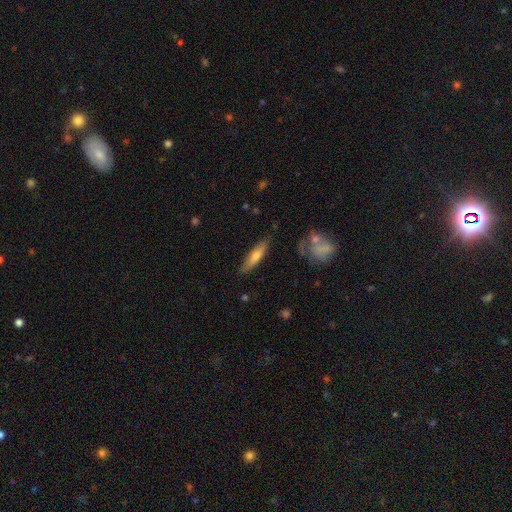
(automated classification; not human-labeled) smooth-or-featured: smooth: 54% | featured or disk: 39% | star or artifact: 7%
  how-rounded: cigar-shaped: 77% | in between: 20% | round: 2%
  merging: none: 80% | minor disturbance: 14% | major disturbance: 3% | merger: 3%